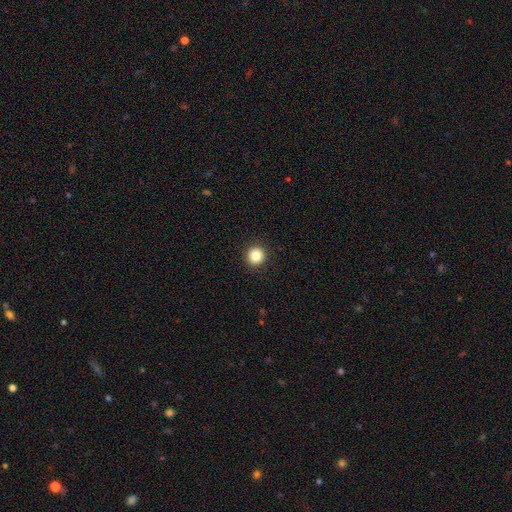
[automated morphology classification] Smooth or featured? Predicted: smooth (p=0.84). How rounded? Predicted: round (p=0.93). Merging? Predicted: none (p=0.93).